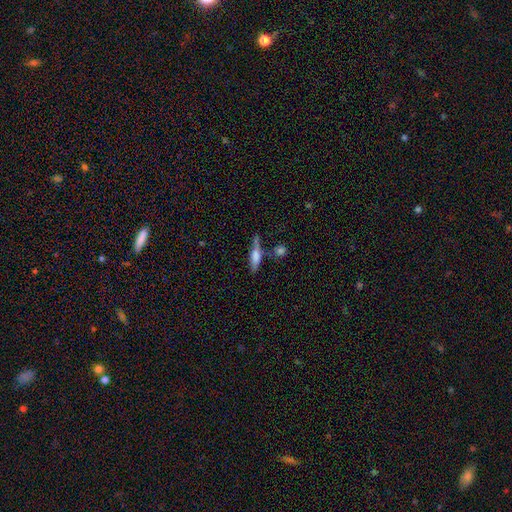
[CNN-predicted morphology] A smooth galaxy with no disk features (59%) that is cigar-shaped (71%). Merging: none (57%).